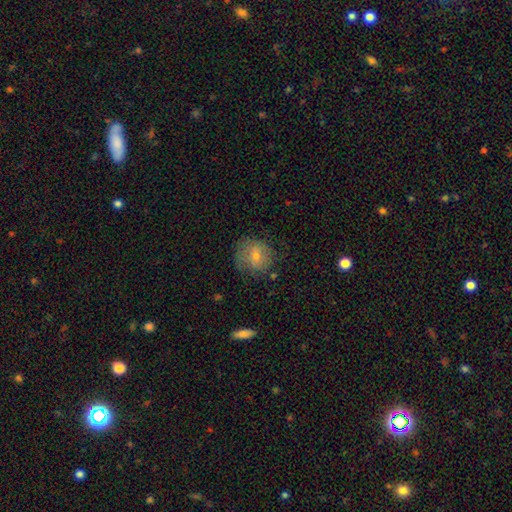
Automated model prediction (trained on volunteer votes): Smooth or featured: smooth — 57% (featured or disk — 33%)
How rounded: round — 77% (in between — 22%)
Merging: none — 68% (minor disturbance — 21%)